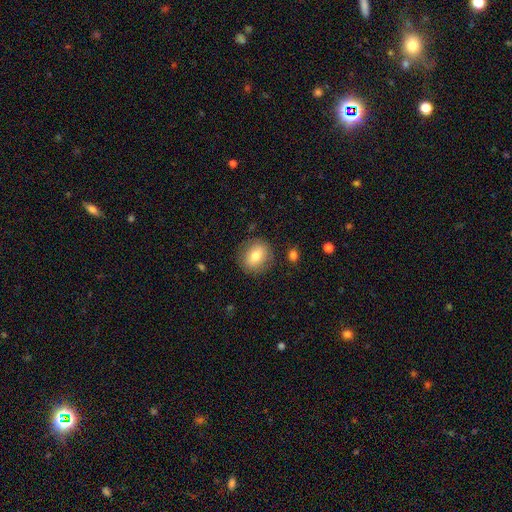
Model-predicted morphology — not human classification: type=smooth (75%); roundness=round (71%); merging=none (83%).